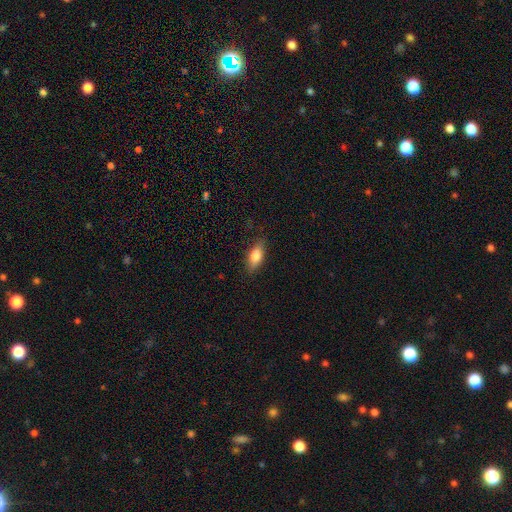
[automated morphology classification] The model was most divided on "how rounded": in between: 80%, cigar-shaped: 16%, round: 4%. More confident: merging — none (82%); smooth or featured — smooth (79%).